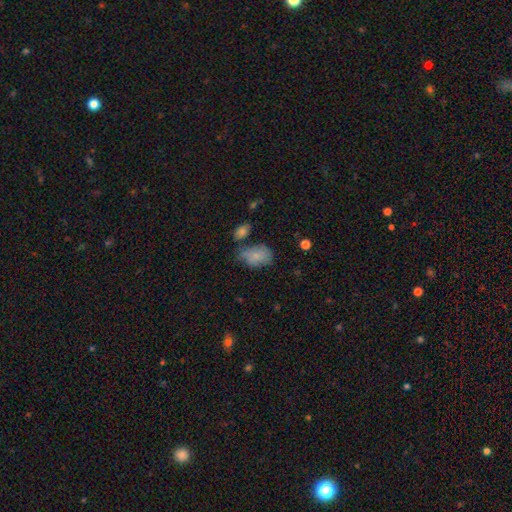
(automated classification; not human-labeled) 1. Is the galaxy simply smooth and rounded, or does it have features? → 73% smooth, 18% featured or disk, 9% star or artifact.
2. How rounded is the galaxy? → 83% in between, 15% round, 1% cigar-shaped.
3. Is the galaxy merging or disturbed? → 45% none, 31% minor disturbance, 12% major disturbance, 12% merger.